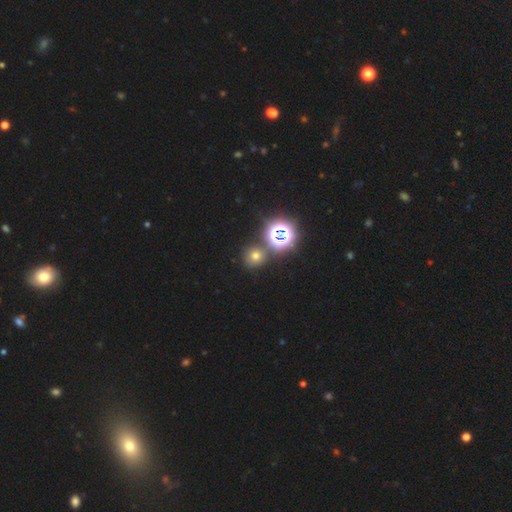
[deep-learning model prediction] smooth-or-featured: smooth: 56% | star or artifact: 35% | featured or disk: 9%
  how-rounded: round: 90% | in between: 9% | cigar-shaped: 1%
  merging: none: 79% | merger: 10% | minor disturbance: 8% | major disturbance: 3%